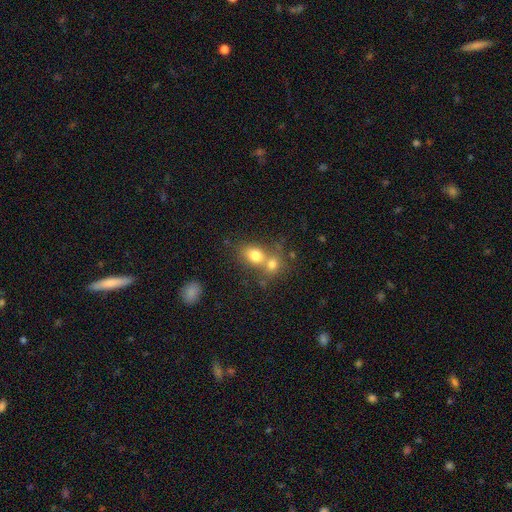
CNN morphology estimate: type=smooth (77%); roundness=in between (56%); merging=merger (54%).